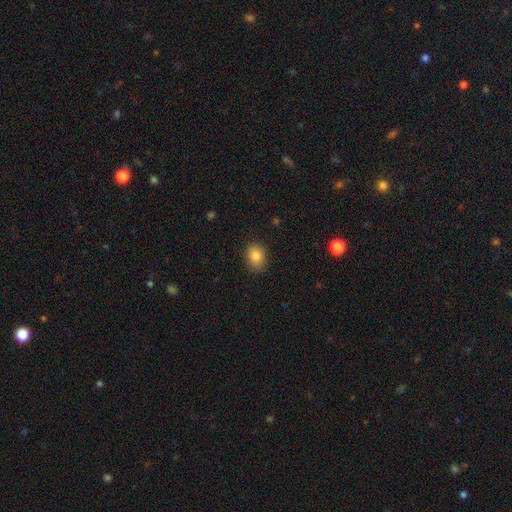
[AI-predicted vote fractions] smooth_or_featured: smooth (p=0.84) [alt: star or artifact p=0.09]
how_rounded: in between (p=0.58) [alt: round p=0.41]
merging: none (p=0.85) [alt: minor disturbance p=0.11]